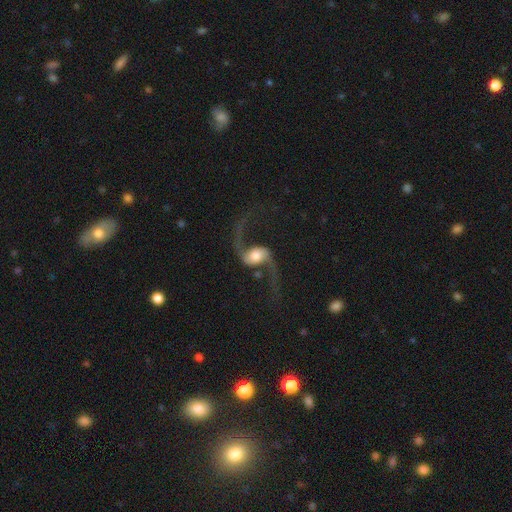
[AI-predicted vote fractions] Morphology: type=featured or disk (89%); edge-on=no (96%); bar=no (50%); spiral arms=yes (97%); winding=loose (93%); arm count=2 (94%); bulge=moderate (37%); merging=none (70%).